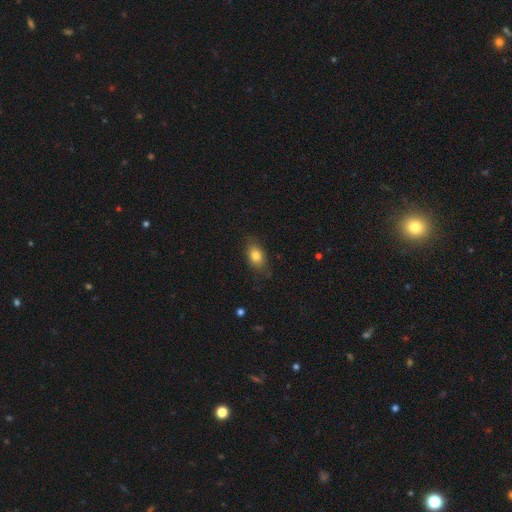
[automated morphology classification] This is likely a smooth galaxy (80%). How rounded: clearly in between (81%). Merging: likely none (78%).